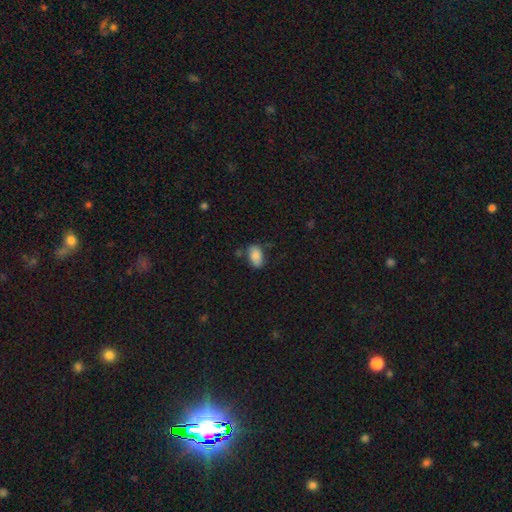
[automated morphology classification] This appears to be a smooth galaxy with no disk features (86%) that is in between round and cigar-shaped (92%). Merging: none (67%).